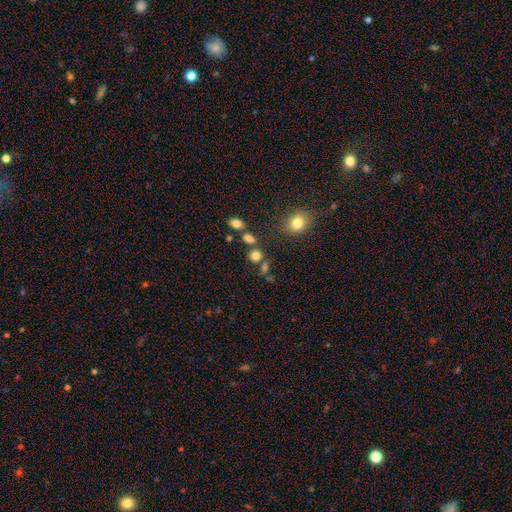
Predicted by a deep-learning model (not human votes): smooth_or_featured: smooth (p=0.79) [alt: star or artifact p=0.15]
how_rounded: round (p=0.76) [alt: in between p=0.23]
merging: none (p=0.65) [alt: merger p=0.20]